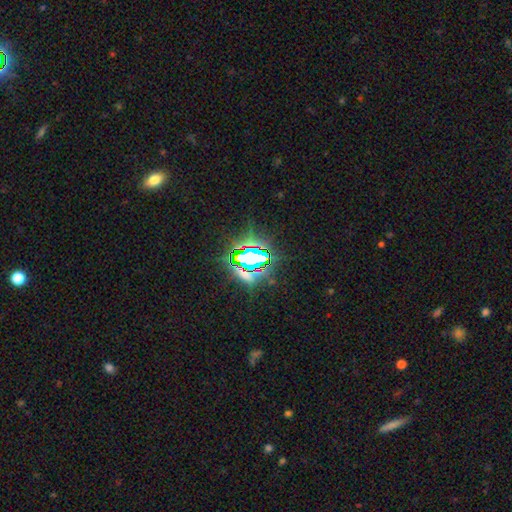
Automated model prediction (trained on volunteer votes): This appears to be a star or artifact, not a galaxy (76%).